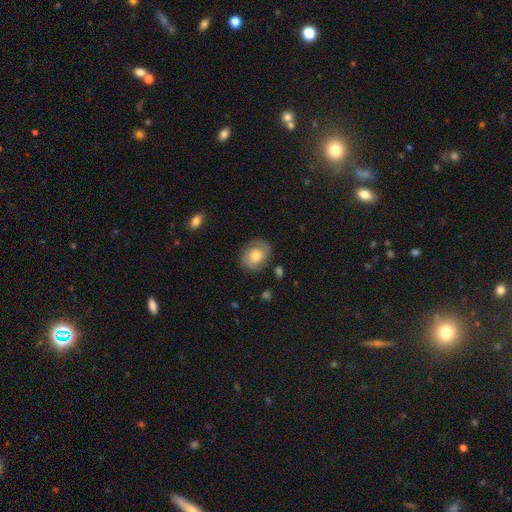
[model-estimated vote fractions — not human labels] Smooth or featured? smooth (69%)
How rounded? round (50%)
Merging? none (78%)